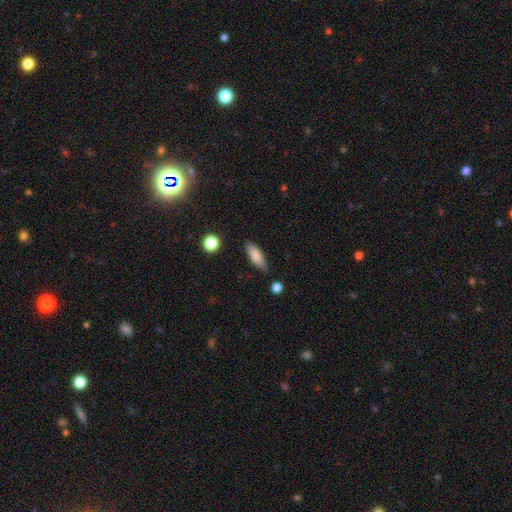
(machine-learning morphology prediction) Overall: smooth (82%). How rounded: in between (61%; cigar-shaped 36%). Merging: none (80%).